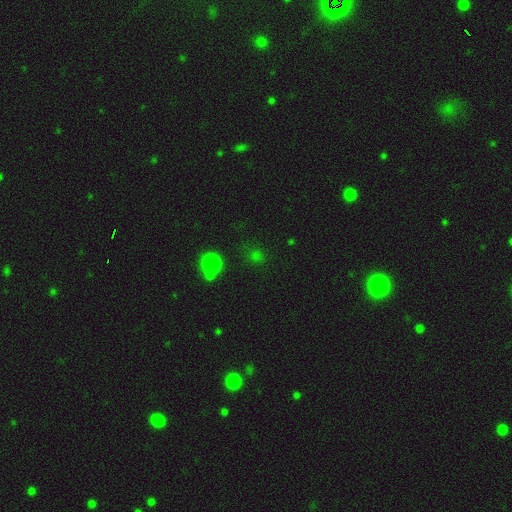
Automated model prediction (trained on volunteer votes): smooth_or_featured: smooth (p=0.61) [alt: star or artifact p=0.33]
how_rounded: round (p=0.87) [alt: in between p=0.11]
merging: none (p=0.73) [alt: merger p=0.11]